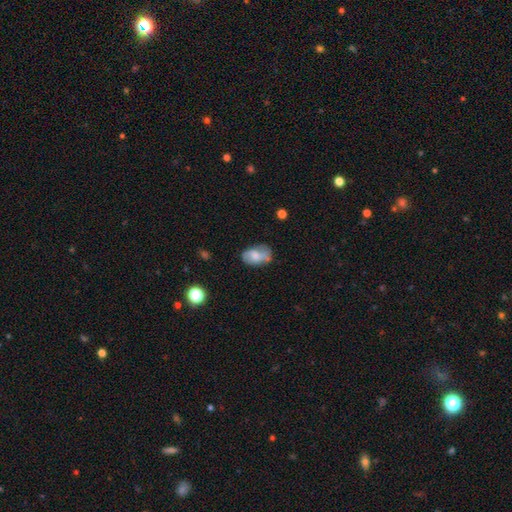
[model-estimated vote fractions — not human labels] This appears to be a smooth galaxy with no disk features (60%) that is in between round and cigar-shaped (88%). Merging: none (50%).